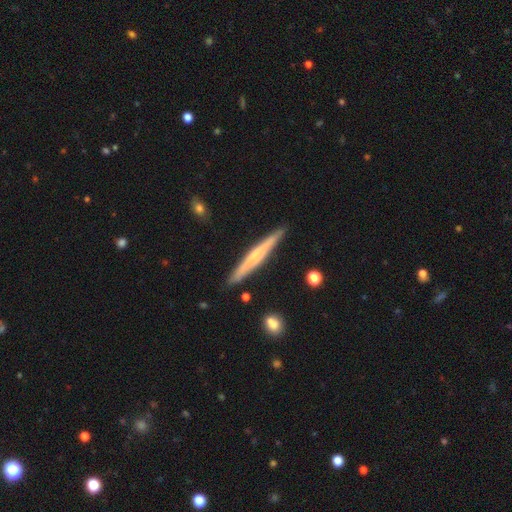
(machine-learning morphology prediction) smooth-or-featured: featured or disk: 57% | smooth: 38% | star or artifact: 5%
  disk-edge-on: yes: 97% | no: 3%
    edge-on-bulge: rounded: 45% | none: 44% | boxy: 11%
  merging: none: 89% | minor disturbance: 8% | merger: 2% | major disturbance: 1%